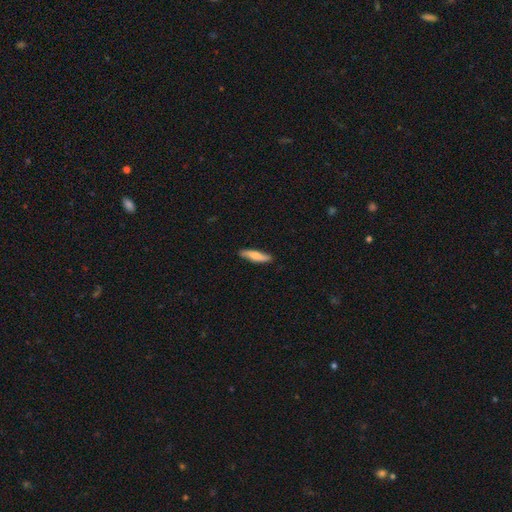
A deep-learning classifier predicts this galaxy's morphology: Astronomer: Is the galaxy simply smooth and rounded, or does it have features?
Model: smooth — 67%.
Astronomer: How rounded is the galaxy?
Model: cigar-shaped — 75%.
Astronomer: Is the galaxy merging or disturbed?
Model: none — 86%.